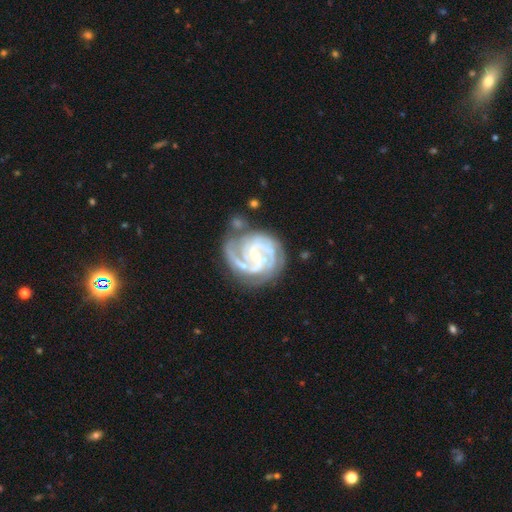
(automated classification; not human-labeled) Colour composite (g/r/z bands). It shows a featured or disk galaxy (93%) with no bar (47%), 3 (43%) tight (64%) spiral arms (99%) and a small central bulge (69%). Merging: none (66%).